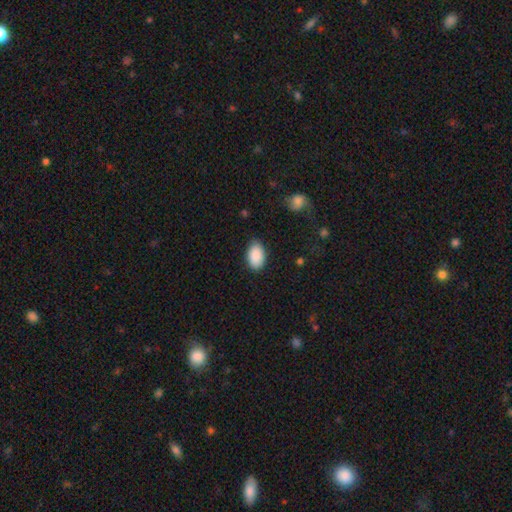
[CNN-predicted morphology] This appears to be a smooth galaxy with no disk features (91%) that is in between round and cigar-shaped (92%). Merging: none (84%).